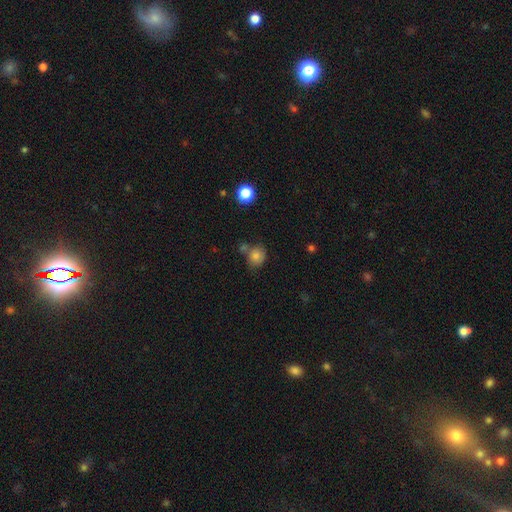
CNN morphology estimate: Smooth or featured: smooth — 79% (star or artifact — 11%)
How rounded: round — 73% (in between — 26%)
Merging: none — 57% (merger — 19%)